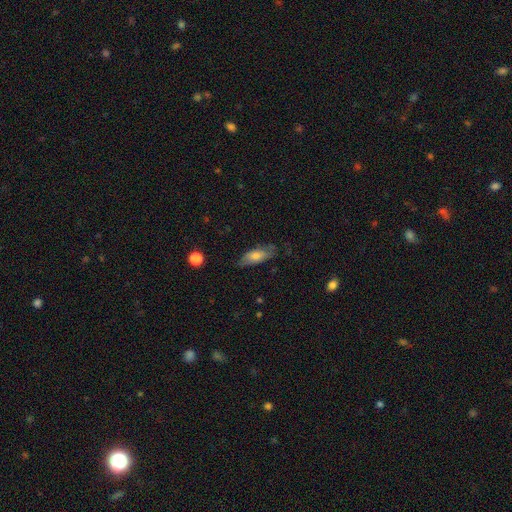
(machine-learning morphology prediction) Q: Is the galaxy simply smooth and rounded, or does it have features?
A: smooth — 65%.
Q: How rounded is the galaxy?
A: in between — 72%.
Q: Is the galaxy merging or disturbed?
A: none — 66%.